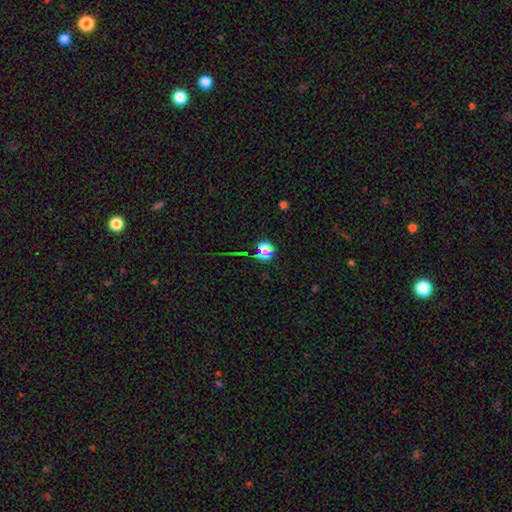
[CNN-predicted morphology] The model was most divided on "smooth or featured": star or artifact: 59%, smooth: 33%, featured or disk: 9%.